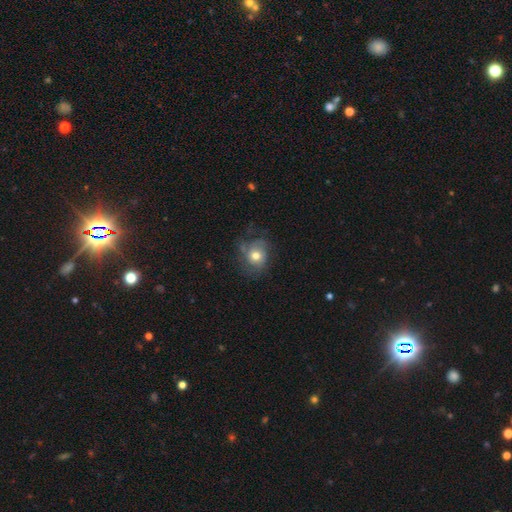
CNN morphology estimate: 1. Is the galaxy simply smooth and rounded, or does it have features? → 53% smooth, 37% featured or disk, 11% star or artifact.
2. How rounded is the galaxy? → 71% round, 28% in between, 1% cigar-shaped.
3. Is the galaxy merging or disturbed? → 56% none, 25% minor disturbance, 17% major disturbance, 2% merger.